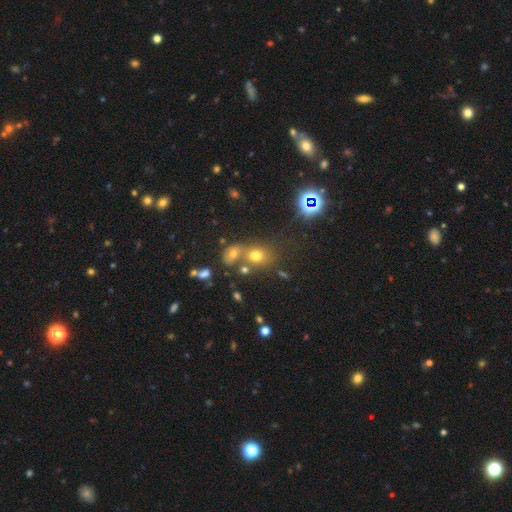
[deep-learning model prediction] smooth-or-featured: smooth: 61% | star or artifact: 26% | featured or disk: 13%
  how-rounded: round: 58% | in between: 40% | cigar-shaped: 2%
  merging: none: 47% | merger: 39% | minor disturbance: 9% | major disturbance: 5%